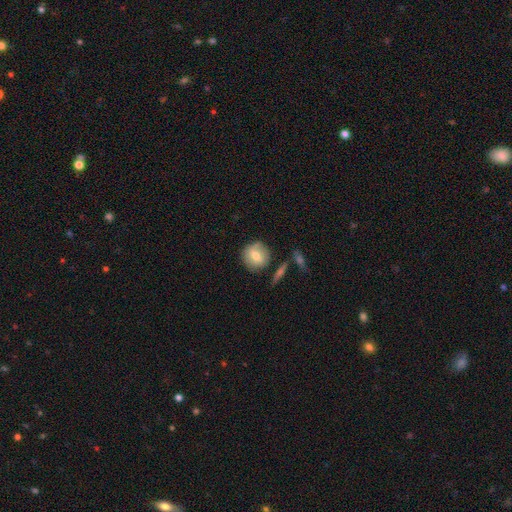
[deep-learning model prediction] Smooth or featured?
  - smooth: 69% *
  - featured or disk: 24%
  - star or artifact: 8%
How rounded?
  - round: 89% *
  - in between: 10%
  - cigar-shaped: 1%
Merging?
  - none: 79% *
  - minor disturbance: 13%
  - merger: 5%
  - major disturbance: 3%